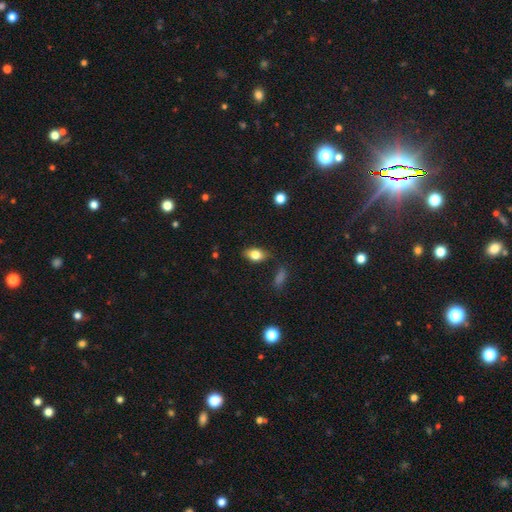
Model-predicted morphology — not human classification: type=smooth (78%); roundness=in between (85%); merging=none (78%).